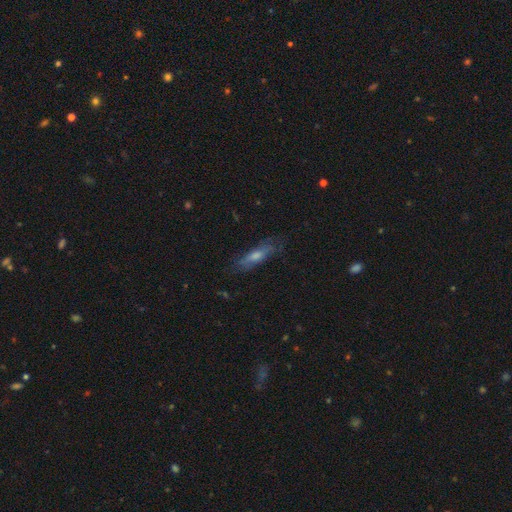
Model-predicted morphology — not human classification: This is possibly a featured or disk galaxy (46%). Merging: likely none (73%).